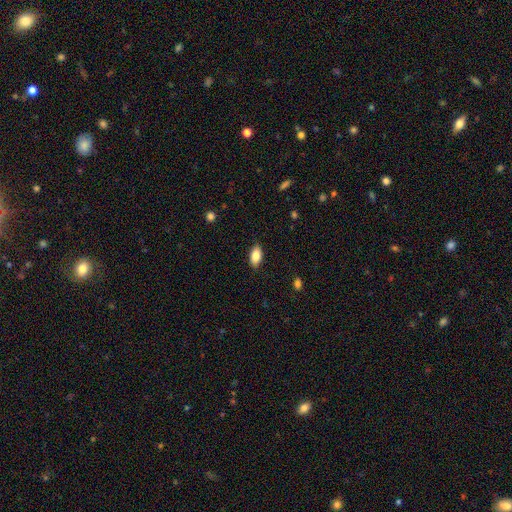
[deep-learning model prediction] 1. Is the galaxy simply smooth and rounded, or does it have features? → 85% smooth, 8% featured or disk, 7% star or artifact.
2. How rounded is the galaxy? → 91% in between, 6% cigar-shaped, 3% round.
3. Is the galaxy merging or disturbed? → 87% none, 9% minor disturbance, 2% major disturbance, 1% merger.